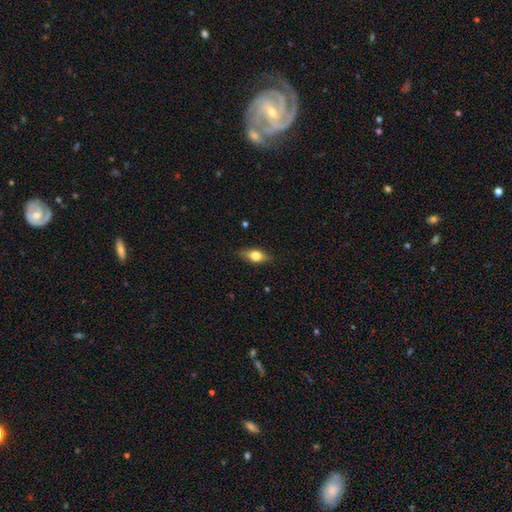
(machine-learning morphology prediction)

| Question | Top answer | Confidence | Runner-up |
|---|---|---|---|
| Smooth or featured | smooth | 65% | featured or disk (27%) |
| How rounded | in between | 77% | cigar-shaped (15%) |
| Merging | none | 85% | minor disturbance (12%) |